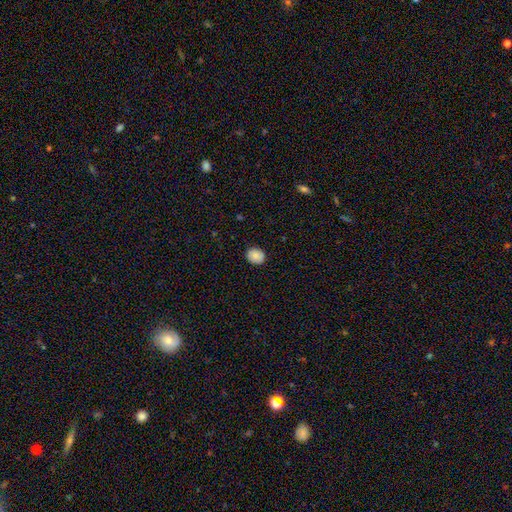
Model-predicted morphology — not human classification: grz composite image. It shows a smooth galaxy with no disk features (85%) that is round (70%). Merging: none (88%).